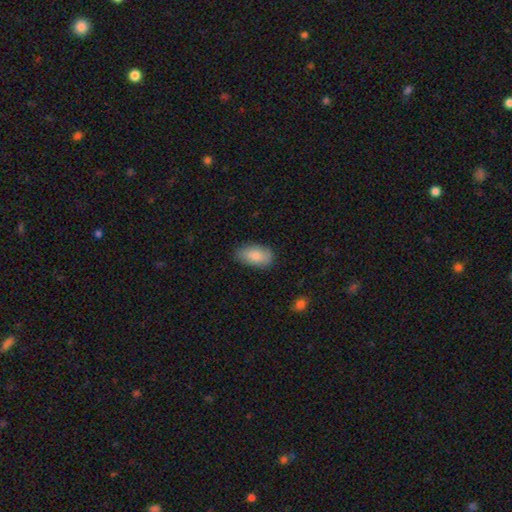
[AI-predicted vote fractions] The model was most divided on "merging": none: 81%, minor disturbance: 15%, major disturbance: 3%, merger: 1%. More confident: how rounded — in between (93%); smooth or featured — smooth (85%).